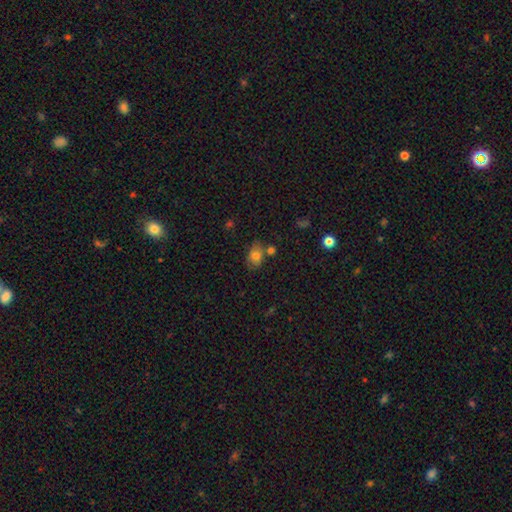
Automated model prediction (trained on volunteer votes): smooth_or_featured: smooth (p=0.78) [alt: featured or disk p=0.13]
how_rounded: in between (p=0.74) [alt: round p=0.24]
merging: none (p=0.61) [alt: minor disturbance p=0.19]